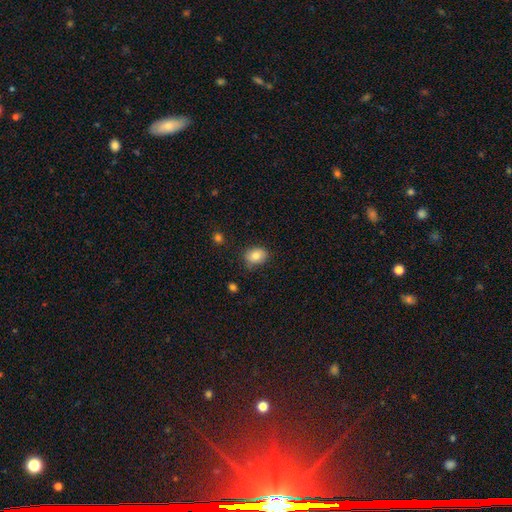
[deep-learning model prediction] This is clearly a smooth galaxy (80%). How rounded: likely in between (61%). Merging: likely none (79%).